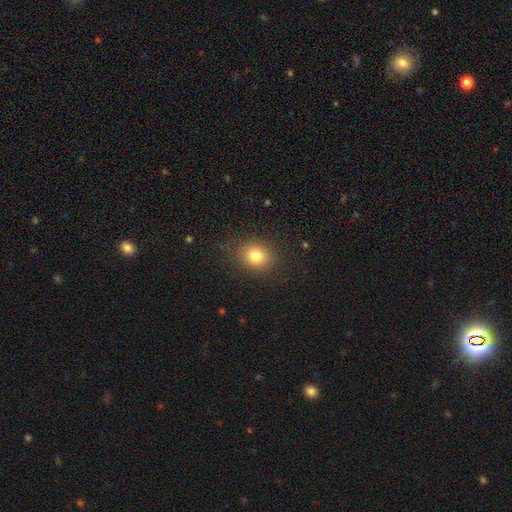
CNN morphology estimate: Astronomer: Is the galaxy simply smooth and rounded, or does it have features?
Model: smooth — 81%.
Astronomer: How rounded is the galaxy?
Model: round — 67%.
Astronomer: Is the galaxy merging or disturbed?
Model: none — 85%.